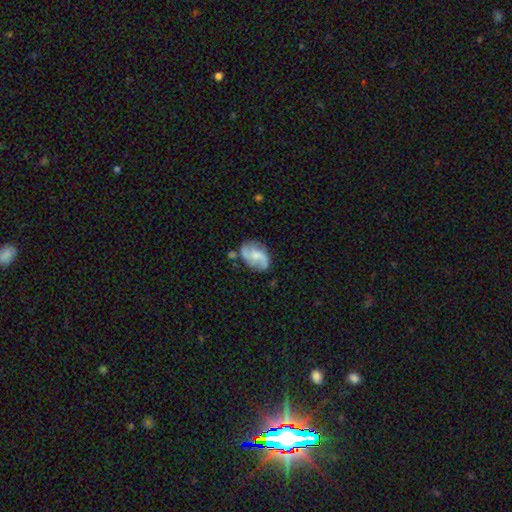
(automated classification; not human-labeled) Smooth or featured? Predicted: featured or disk (p=0.69). Edge-on disk? Predicted: no (p=0.97). Bar? Predicted: no (p=0.52). Spiral arms? Predicted: yes (p=0.91). Spiral winding? Predicted: loose (p=0.56). Spiral arm count? Predicted: 2 (p=0.83). Bulge size? Predicted: moderate (p=0.41). Merging? Predicted: none (p=0.65).